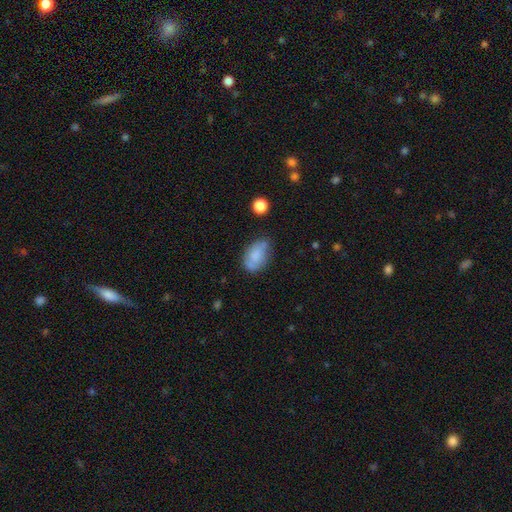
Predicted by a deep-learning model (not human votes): Smooth or featured: smooth — 73% (featured or disk — 18%)
How rounded: in between — 90% (round — 8%)
Merging: none — 56% (minor disturbance — 30%)